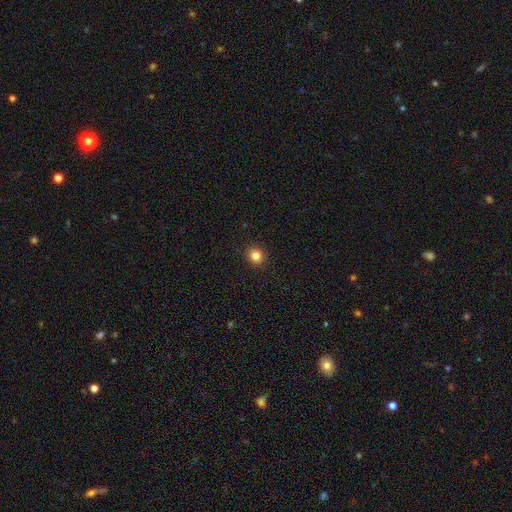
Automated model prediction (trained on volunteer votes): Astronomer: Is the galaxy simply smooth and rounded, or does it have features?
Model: smooth — 84%.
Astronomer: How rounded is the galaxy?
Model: round — 87%.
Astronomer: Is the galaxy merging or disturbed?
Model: none — 92%.